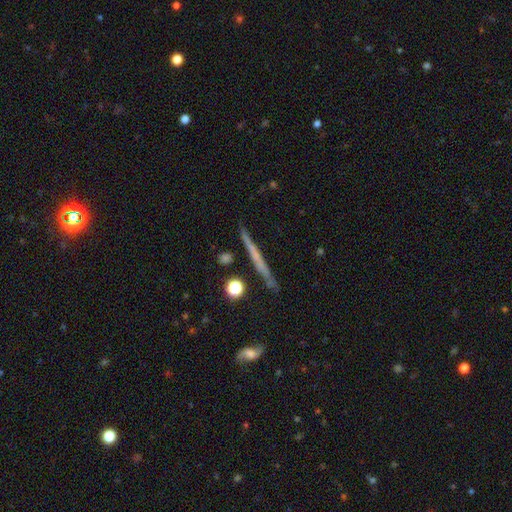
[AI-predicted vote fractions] This appears to be a featured or disk galaxy (53%) viewed edge-on (96%) with no central bulge (84%). Merging: none (85%).